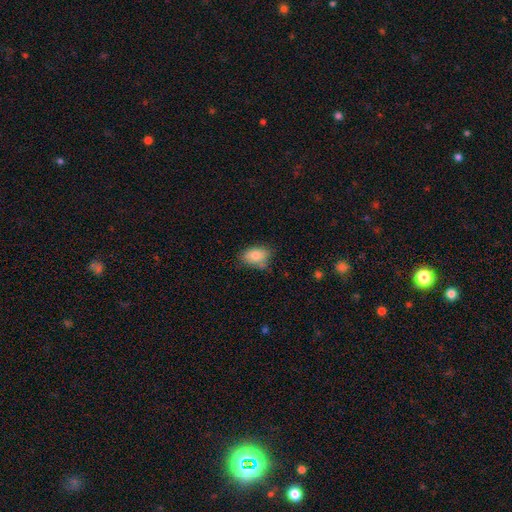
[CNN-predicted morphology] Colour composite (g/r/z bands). It shows a smooth galaxy with no disk features (82%) that is in between round and cigar-shaped (85%). Merging: none (63%).